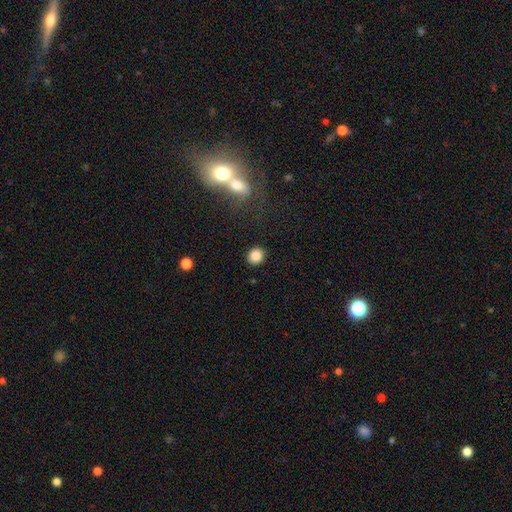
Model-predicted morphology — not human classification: The model was most divided on "how rounded": round: 82%, in between: 17%, cigar-shaped: 1%. More confident: merging — none (90%); smooth or featured — smooth (85%).